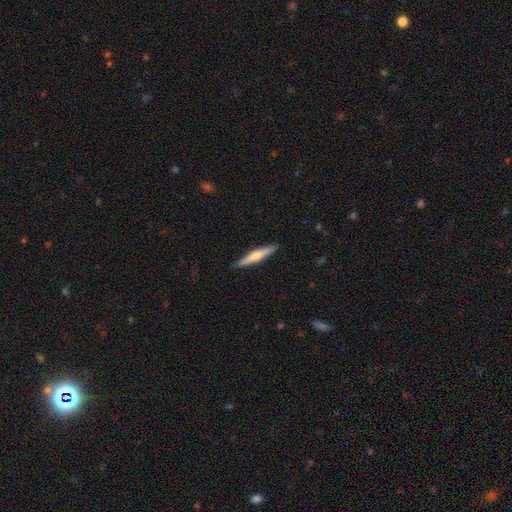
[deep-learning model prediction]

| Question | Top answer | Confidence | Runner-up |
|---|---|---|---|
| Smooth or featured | featured or disk | 48% | smooth (47%) |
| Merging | none | 90% | minor disturbance (7%) |